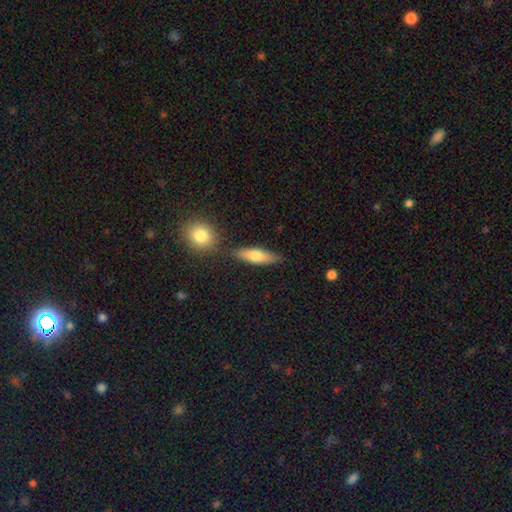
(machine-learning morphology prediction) This appears to be a smooth galaxy with no disk features (63%) that is cigar-shaped (53%). Merging: none (79%).